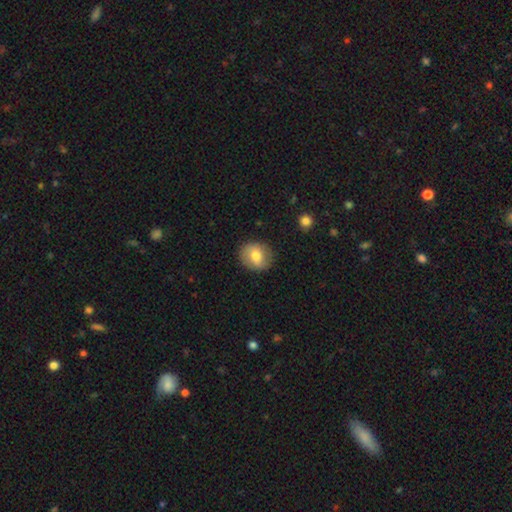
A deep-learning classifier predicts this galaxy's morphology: smooth_or_featured: smooth (p=0.66) [alt: featured or disk p=0.27]
how_rounded: round (p=0.70) [alt: in between p=0.29]
merging: none (p=0.83) [alt: minor disturbance p=0.12]